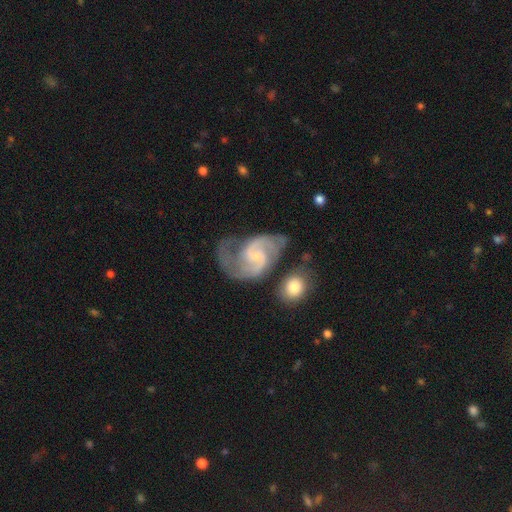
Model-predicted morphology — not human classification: The model was most divided on "bar": weak: 49%, no: 40%, strong: 11%. More confident: edge-on disk — no (98%); spiral arms — yes (97%); smooth or featured — featured or disk (90%); spiral arm count — 2 (82%); bulge size — small (71%); spiral winding — medium (57%); merging — none (54%).